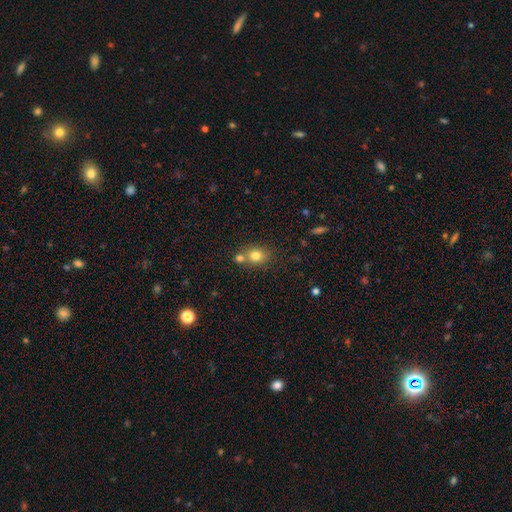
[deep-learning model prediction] Overall: smooth (78%). How rounded: round (57%; in between 42%). Merging: none (53%; merger 34%).